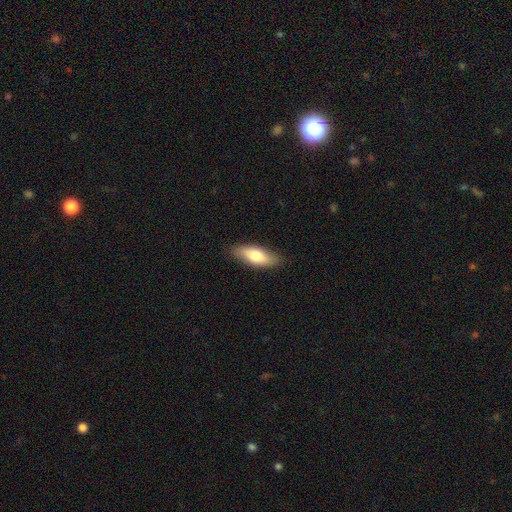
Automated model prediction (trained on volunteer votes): smooth 72%, featured or disk 22%, star or artifact 6%. Down the decision tree: how rounded — in between (69%); merging — none (86%).